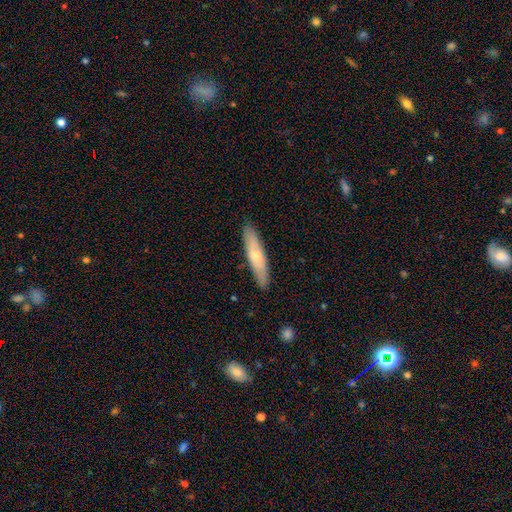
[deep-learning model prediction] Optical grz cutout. It shows a smooth galaxy with no disk features (53%) that is cigar-shaped (79%). Merging: none (87%).